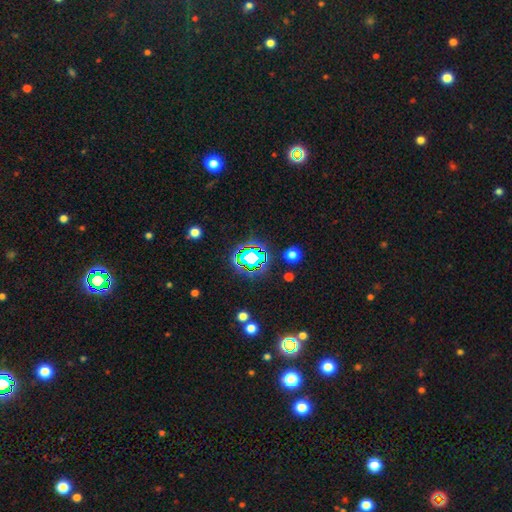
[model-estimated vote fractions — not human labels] Smooth or featured? Predicted: star or artifact (p=0.67).